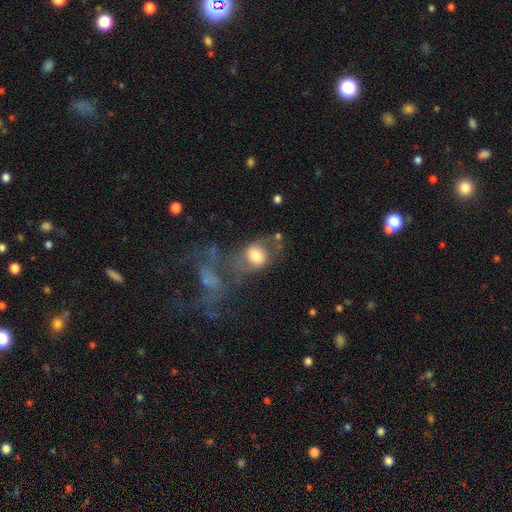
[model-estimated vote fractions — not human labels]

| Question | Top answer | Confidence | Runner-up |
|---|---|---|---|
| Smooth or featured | smooth | 60% | featured or disk (30%) |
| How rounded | in between | 58% | round (40%) |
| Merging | none | 29% | major disturbance (27%) |